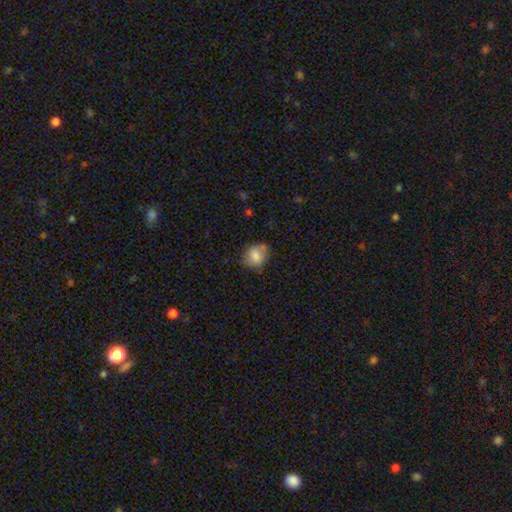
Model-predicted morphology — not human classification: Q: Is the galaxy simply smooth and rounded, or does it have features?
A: smooth — 80%.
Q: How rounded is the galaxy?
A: round — 71%.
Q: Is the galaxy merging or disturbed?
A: none — 62%.